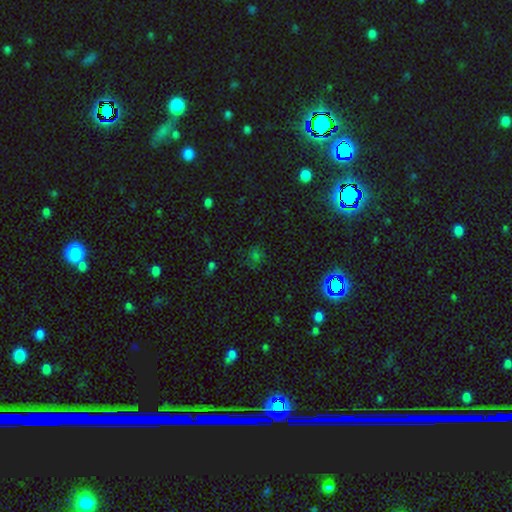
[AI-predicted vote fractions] Smooth or featured? Predicted: star or artifact (p=0.53).